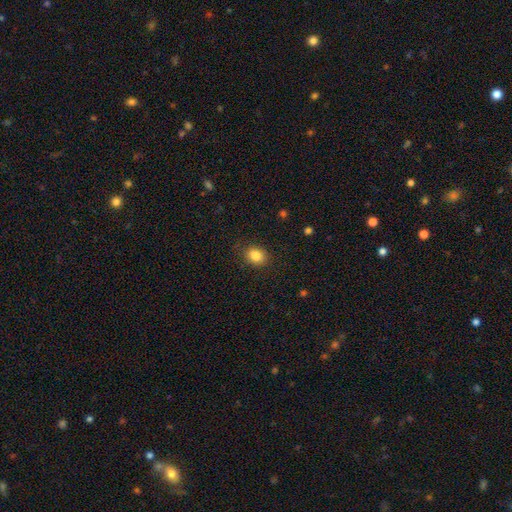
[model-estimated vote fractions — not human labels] Smooth or featured: smooth — 84% (star or artifact — 10%)
How rounded: in between — 54% (round — 45%)
Merging: none — 84% (minor disturbance — 11%)